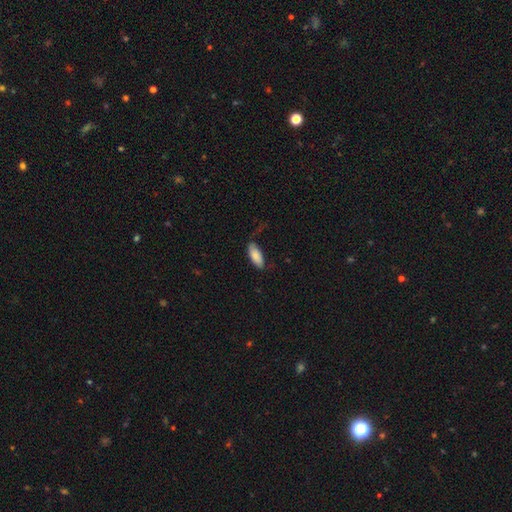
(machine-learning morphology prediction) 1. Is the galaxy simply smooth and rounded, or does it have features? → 85% smooth, 9% featured or disk, 6% star or artifact.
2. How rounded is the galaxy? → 82% in between, 16% cigar-shaped, 2% round.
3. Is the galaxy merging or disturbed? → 62% none, 28% minor disturbance, 7% major disturbance, 2% merger.